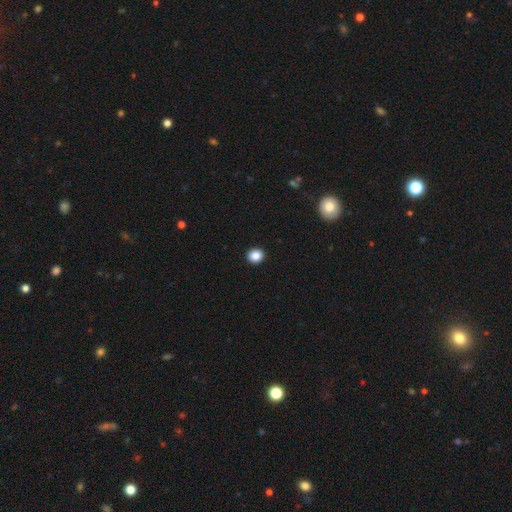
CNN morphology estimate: The model was most divided on "how rounded": round: 78%, in between: 21%, cigar-shaped: 1%. More confident: merging — none (93%); smooth or featured — smooth (87%).